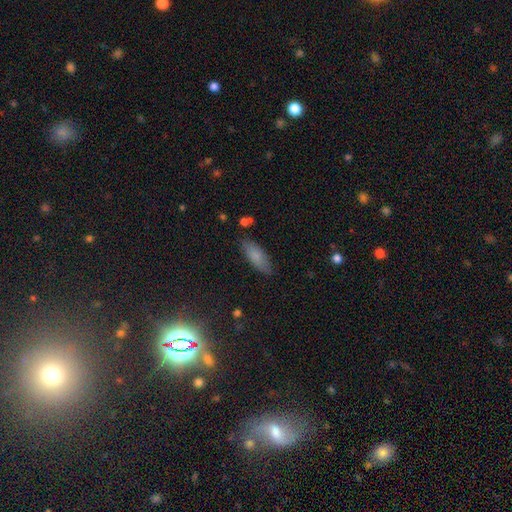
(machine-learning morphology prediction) Smooth or featured? Predicted: smooth (p=0.83). How rounded? Predicted: in between (p=0.73). Merging? Predicted: none (p=0.82).